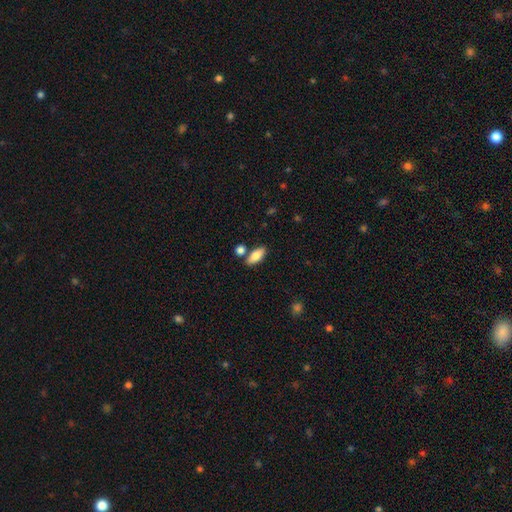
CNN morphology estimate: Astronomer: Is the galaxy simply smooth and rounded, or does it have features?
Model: smooth — 82%.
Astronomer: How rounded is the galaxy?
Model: in between — 85%.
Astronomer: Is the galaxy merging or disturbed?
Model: none — 75%.